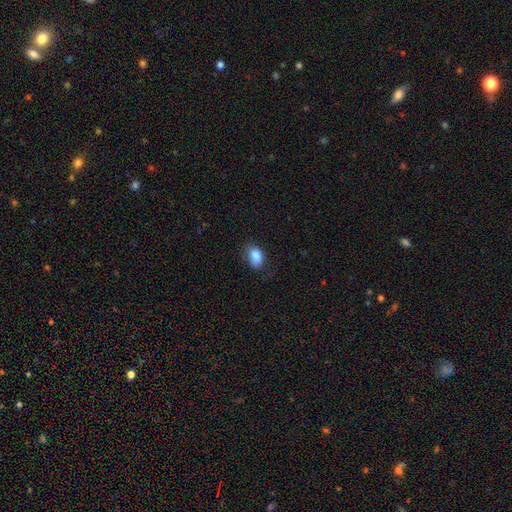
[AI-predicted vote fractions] This appears to be a smooth galaxy with no disk features (86%) that is in between round and cigar-shaped (84%). Merging: none (69%).